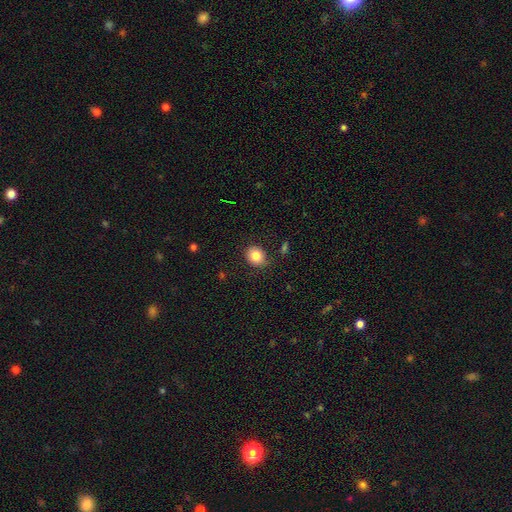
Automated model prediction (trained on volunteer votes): smooth_or_featured: smooth (p=0.83) [alt: star or artifact p=0.10]
how_rounded: round (p=0.61) [alt: in between p=0.38]
merging: none (p=0.80) [alt: minor disturbance p=0.14]